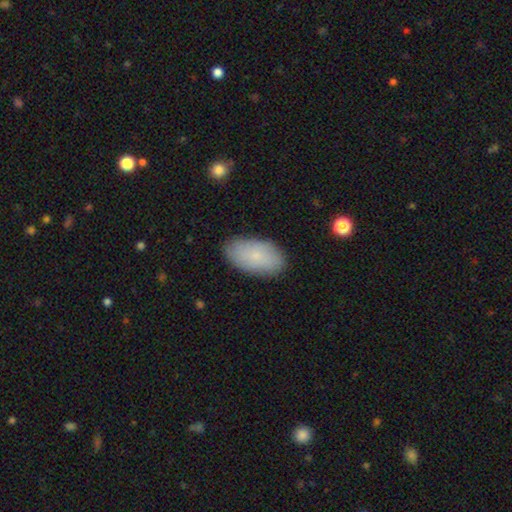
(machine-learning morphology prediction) Smooth or featured? smooth (80%)
How rounded? in between (95%)
Merging? none (84%)